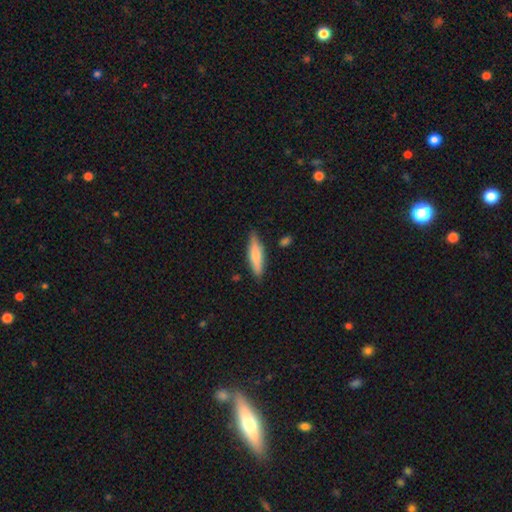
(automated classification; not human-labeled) Smooth or featured? smooth (72%)
How rounded? cigar-shaped (73%)
Merging? none (82%)